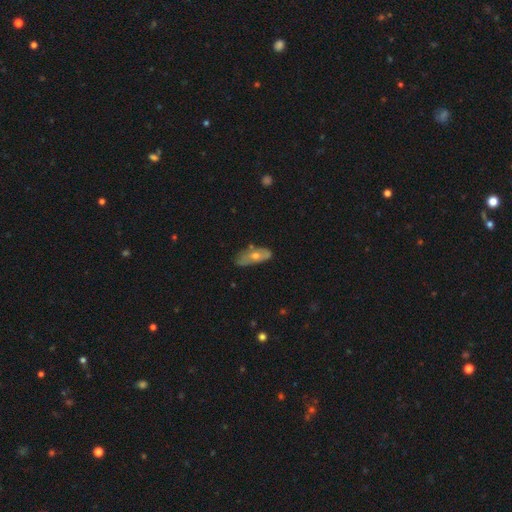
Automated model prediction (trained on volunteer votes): A featured or disk galaxy (50%).

Vote fractions:
- Smooth or featured? featured or disk: 50% / smooth: 42% / star or artifact: 8%
- Edge-on disk? no: 74% / yes: 26%
- Merging? none: 64% / minor disturbance: 26% / major disturbance: 7% / merger: 3%